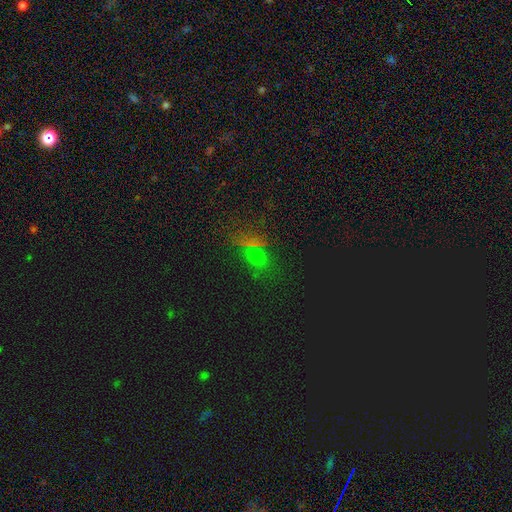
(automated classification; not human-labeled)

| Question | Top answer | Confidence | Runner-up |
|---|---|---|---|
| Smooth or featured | smooth | 47% | star or artifact (43%) |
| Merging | none | 72% | minor disturbance (13%) |